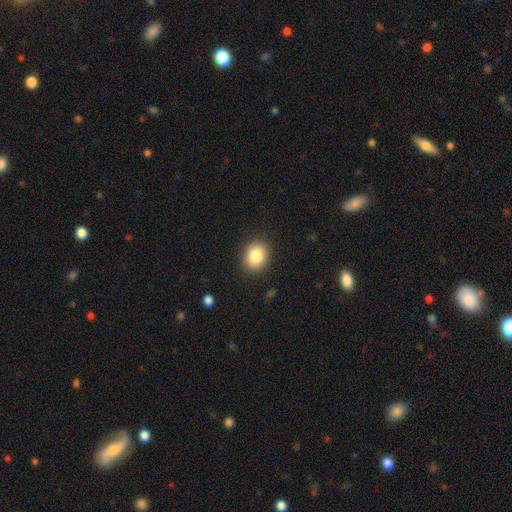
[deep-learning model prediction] Morphology: type=smooth (85%); roundness=round (58%); merging=none (88%).